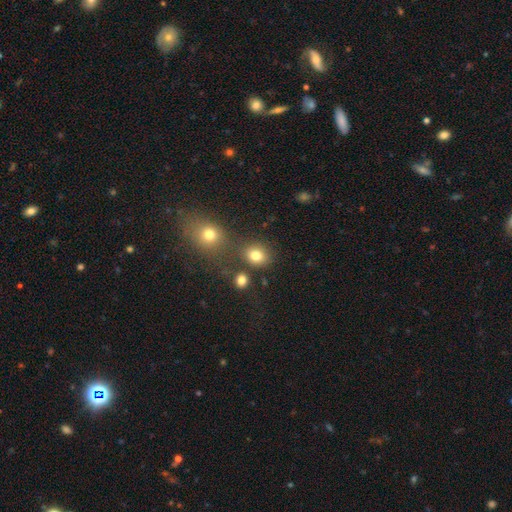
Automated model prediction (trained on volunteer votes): A smooth galaxy with no disk features (80%) that is round (65%). Merging: none (73%).